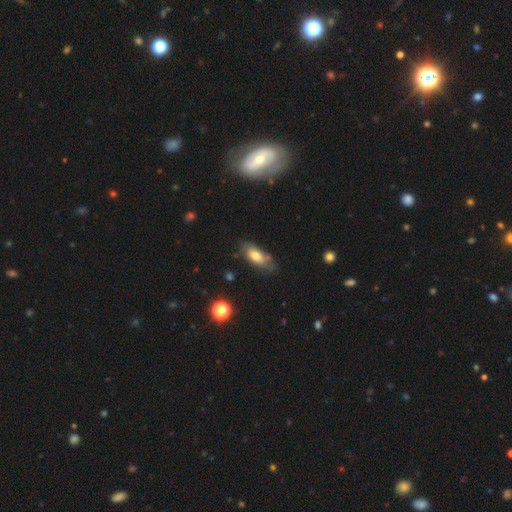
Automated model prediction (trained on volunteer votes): A smooth galaxy with no disk features (68%) that is in between round and cigar-shaped (82%). Merging: none (62%).